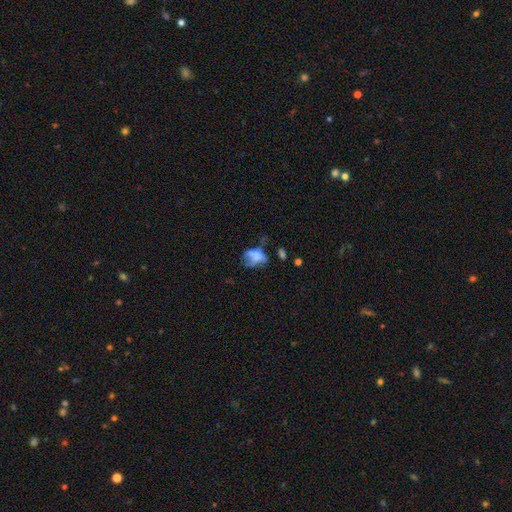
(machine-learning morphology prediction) Smooth or featured: smooth — 55% (featured or disk — 33%)
How rounded: in between — 76% (round — 21%)
Merging: major disturbance — 39% (none — 25%)